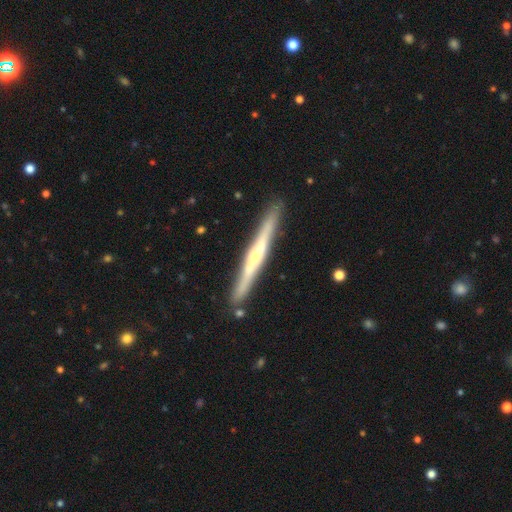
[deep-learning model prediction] smooth_or_featured: featured or disk (p=0.68) [alt: smooth p=0.27]
disk_edge_on: yes (p=0.97) [alt: no p=0.03]
edge_on_bulge: rounded (p=0.48) [alt: none p=0.38]
merging: none (p=0.88) [alt: minor disturbance p=0.08]